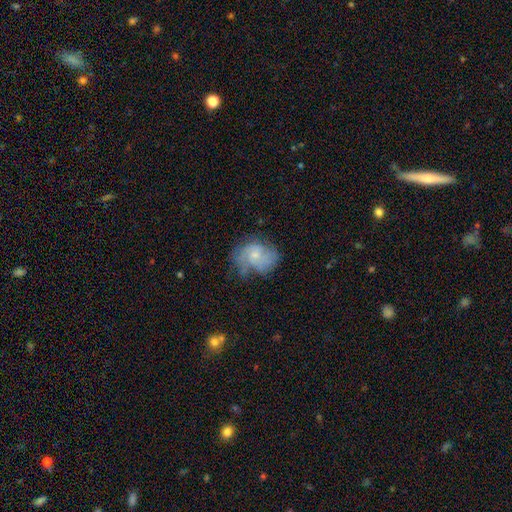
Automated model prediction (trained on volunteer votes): Smooth or featured? featured or disk (60%)
Edge-on disk? no (98%)
Bar? no (75%)
Spiral arms? yes (80%)
Bulge size? small (62%)
Merging? none (53%)